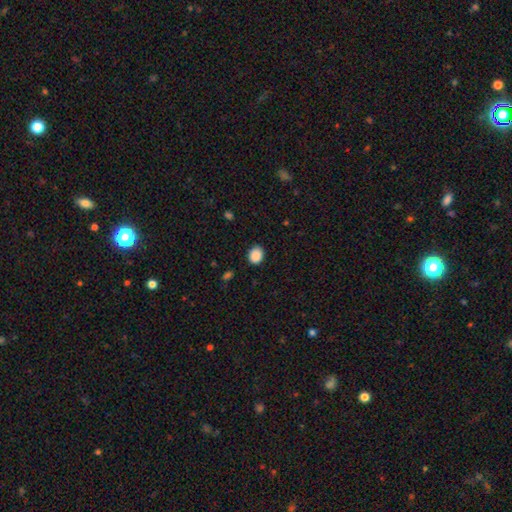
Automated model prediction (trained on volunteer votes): Smooth or featured?
  - smooth: 89% *
  - star or artifact: 9%
  - featured or disk: 3%
How rounded?
  - round: 56% *
  - in between: 43%
  - cigar-shaped: 1%
Merging?
  - none: 87% *
  - minor disturbance: 9%
  - major disturbance: 2%
  - merger: 1%